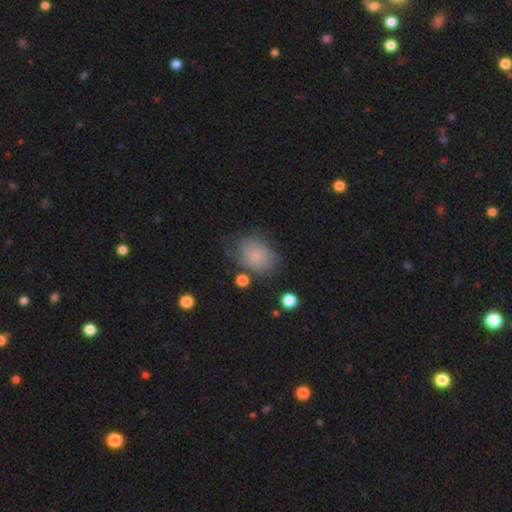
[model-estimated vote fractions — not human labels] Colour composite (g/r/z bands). It shows a smooth galaxy with no disk features (67%) that is in between round and cigar-shaped (52%). Merging: none (57%).